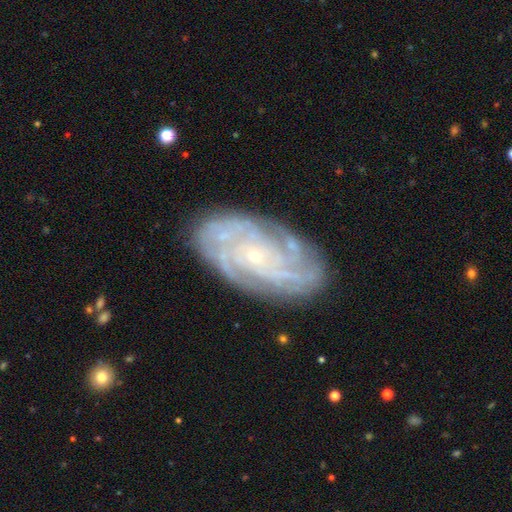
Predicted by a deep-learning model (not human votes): Overall: featured or disk (86%). Edge-on disk: no (95%). Bar: no (77%). Spiral arms: yes (96%). Spiral arm count: can't tell (28%; 4 25%). Spiral winding: tight (73%). Bulge size: small (84%). Merging: none (80%).